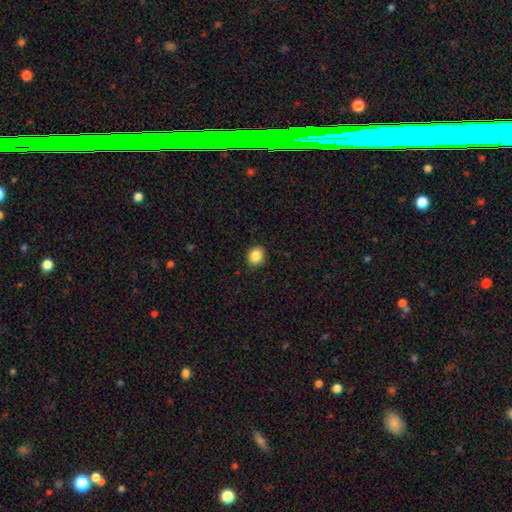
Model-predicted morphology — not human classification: smooth_or_featured: smooth (p=0.87) [alt: star or artifact p=0.09]
how_rounded: round (p=0.63) [alt: in between p=0.36]
merging: none (p=0.90) [alt: minor disturbance p=0.07]